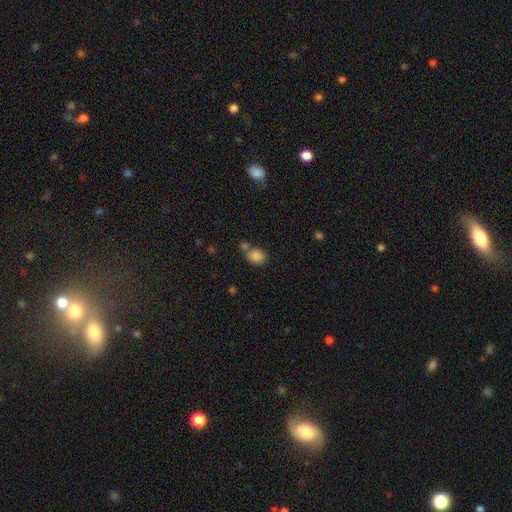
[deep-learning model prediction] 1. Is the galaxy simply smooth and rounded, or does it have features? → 85% smooth, 10% star or artifact, 5% featured or disk.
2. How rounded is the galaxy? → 55% in between, 44% round, 1% cigar-shaped.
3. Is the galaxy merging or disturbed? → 52% none, 31% merger, 13% minor disturbance, 4% major disturbance.